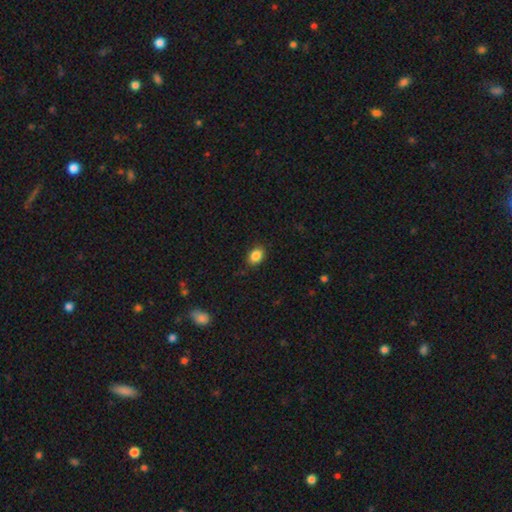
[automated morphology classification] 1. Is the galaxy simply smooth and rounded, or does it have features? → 87% smooth, 9% star or artifact, 4% featured or disk.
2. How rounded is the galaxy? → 76% in between, 23% round, 1% cigar-shaped.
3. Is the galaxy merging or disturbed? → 87% none, 10% minor disturbance, 2% major disturbance, 1% merger.